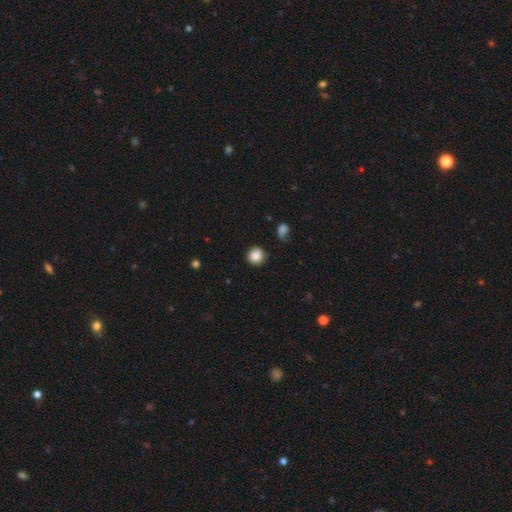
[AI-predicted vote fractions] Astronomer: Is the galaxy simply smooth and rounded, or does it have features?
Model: smooth — 87%.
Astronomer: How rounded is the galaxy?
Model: round — 92%.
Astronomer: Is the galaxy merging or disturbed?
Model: none — 83%.